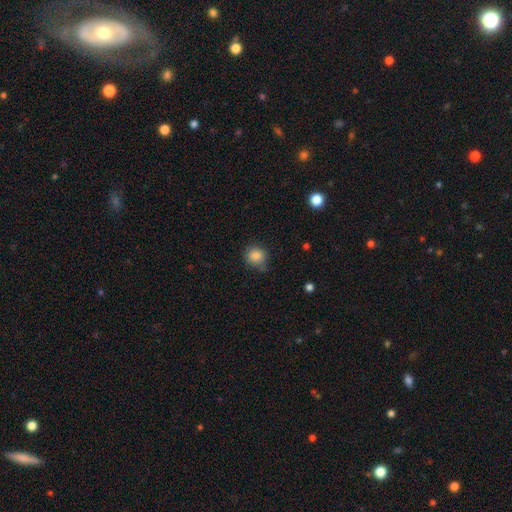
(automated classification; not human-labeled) smooth-or-featured: smooth: 84% | star or artifact: 10% | featured or disk: 6%
  how-rounded: round: 81% | in between: 18% | cigar-shaped: 1%
  merging: none: 72% | minor disturbance: 21% | major disturbance: 4% | merger: 2%